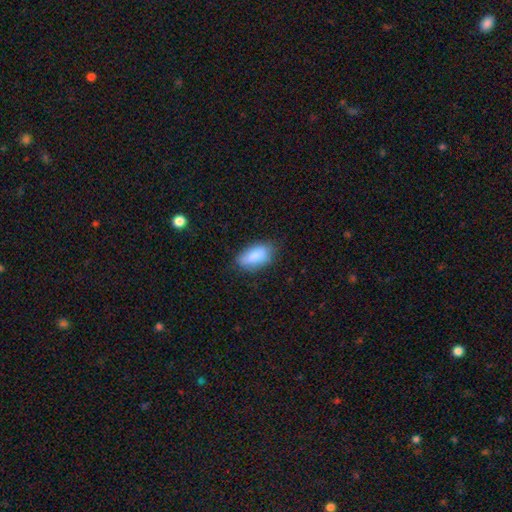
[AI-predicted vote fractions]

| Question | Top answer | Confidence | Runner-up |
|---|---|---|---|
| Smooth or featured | smooth | 85% | featured or disk (8%) |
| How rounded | in between | 88% | cigar-shaped (9%) |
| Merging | none | 74% | minor disturbance (20%) |